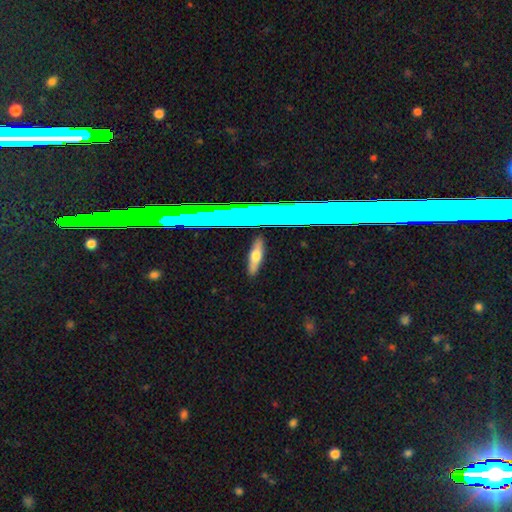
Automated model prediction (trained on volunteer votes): smooth 47%, featured or disk 43%, star or artifact 10%. Down the decision tree: merging — none (84%).